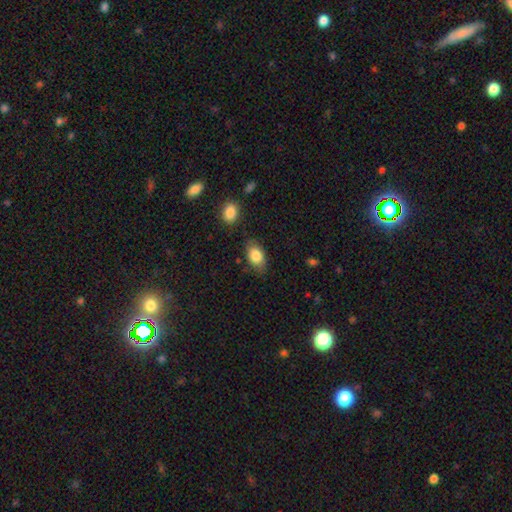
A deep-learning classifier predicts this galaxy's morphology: Smooth or featured? smooth (83%)
How rounded? in between (89%)
Merging? none (77%)